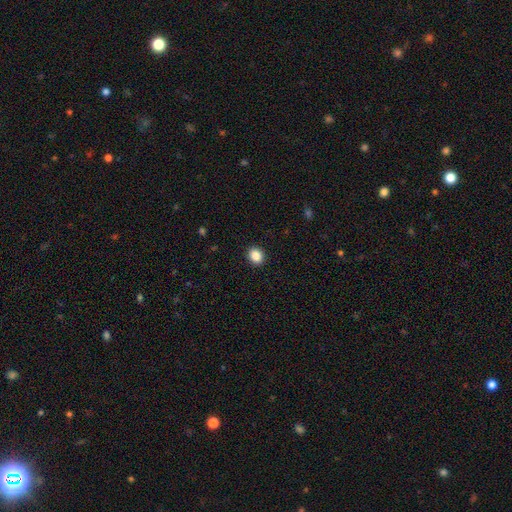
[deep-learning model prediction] A smooth galaxy with no disk features (87%) that is round (65%).

Vote fractions:
- Smooth or featured? smooth: 87% / star or artifact: 9% / featured or disk: 3%
- How rounded? round: 65% / in between: 35% / cigar-shaped: 1%
- Merging? none: 92% / minor disturbance: 6% / major disturbance: 2% / merger: 1%